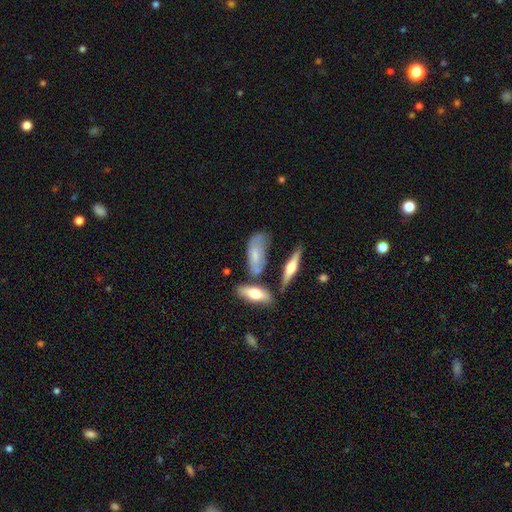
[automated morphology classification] Smooth or featured?
  - smooth: 56% *
  - featured or disk: 36%
  - star or artifact: 8%
How rounded?
  - in between: 75% *
  - cigar-shaped: 21%
  - round: 4%
Merging?
  - none: 48% *
  - minor disturbance: 27%
  - merger: 15%
  - major disturbance: 10%